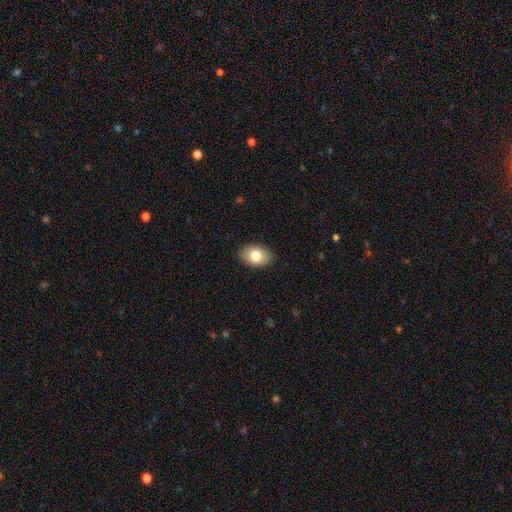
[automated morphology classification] The model was most divided on "how rounded": in between: 83%, round: 16%, cigar-shaped: 1%. More confident: merging — none (88%); smooth or featured — smooth (81%).